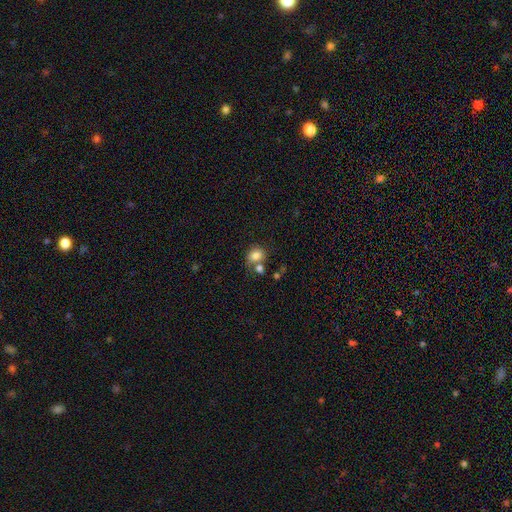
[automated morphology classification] Overall: smooth (81%). How rounded: in between (52%; round 47%). Merging: none (44%; merger 32%).